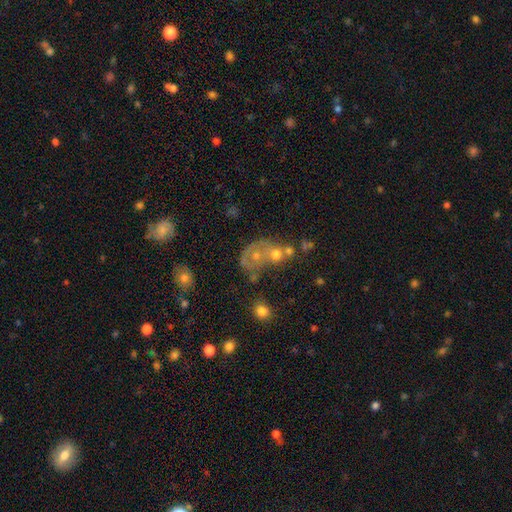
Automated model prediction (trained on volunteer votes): Smooth or featured?
  - featured or disk: 44% *
  - smooth: 39%
  - star or artifact: 17%
Merging?
  - merger: 48% *
  - none: 23%
  - major disturbance: 17%
  - minor disturbance: 12%